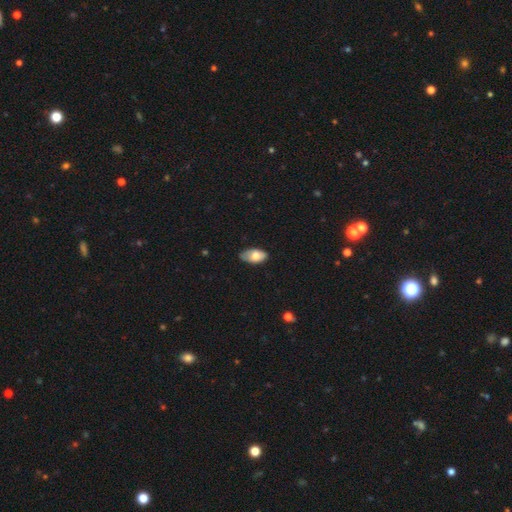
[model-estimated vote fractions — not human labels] This appears to be a smooth galaxy with no disk features (74%) that is in between round and cigar-shaped (94%). Merging: none (68%).